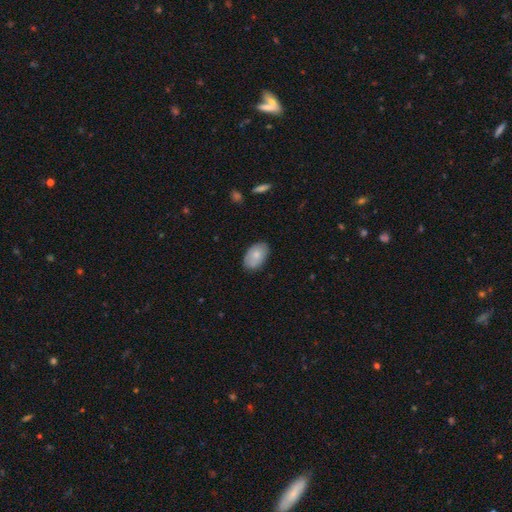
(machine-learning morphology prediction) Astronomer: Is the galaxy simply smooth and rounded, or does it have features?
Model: smooth — 78%.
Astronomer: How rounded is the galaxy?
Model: in between — 91%.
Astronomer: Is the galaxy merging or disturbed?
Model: none — 82%.